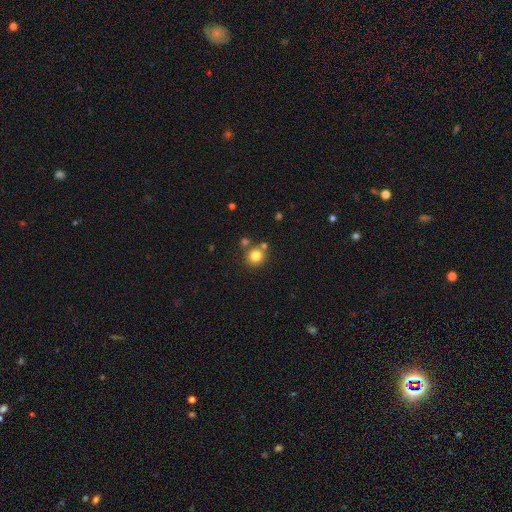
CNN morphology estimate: The model was most divided on "merging": none: 73%, merger: 15%, minor disturbance: 9%, major disturbance: 3%. More confident: how rounded — round (87%); smooth or featured — smooth (81%).